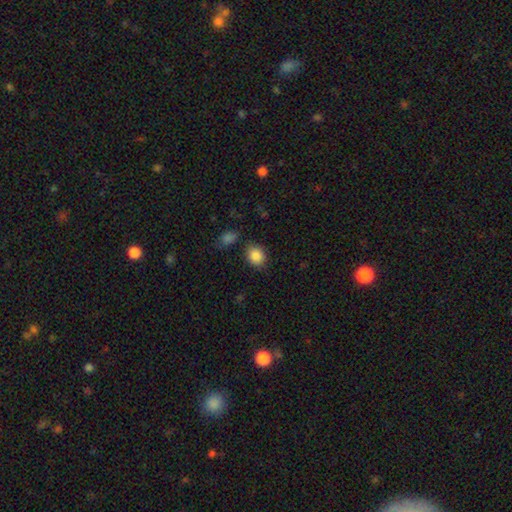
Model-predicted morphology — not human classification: Smooth or featured? Predicted: smooth (p=0.87). How rounded? Predicted: round (p=0.59). Merging? Predicted: none (p=0.80).